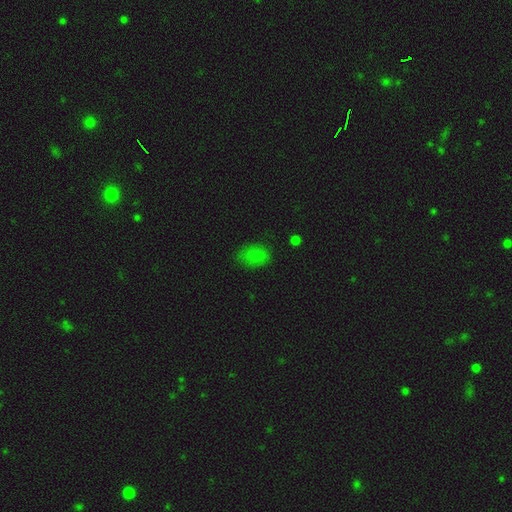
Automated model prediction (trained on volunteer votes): smooth 75%, star or artifact 17%, featured or disk 8%. Down the decision tree: how rounded — in between (77%); merging — none (69%).